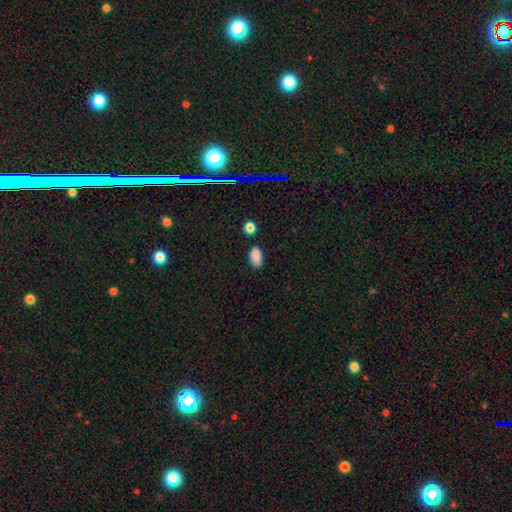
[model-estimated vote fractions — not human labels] This is clearly a smooth galaxy (85%). How rounded: clearly in between (91%). Merging: likely none (71%).